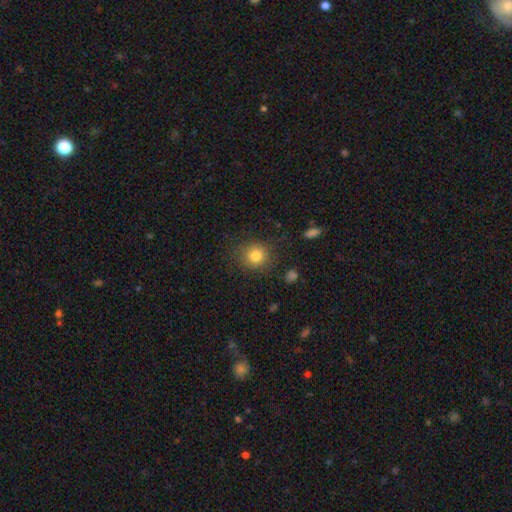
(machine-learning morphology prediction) This appears to be a smooth galaxy with no disk features (81%) that is round (86%). Merging: none (84%).